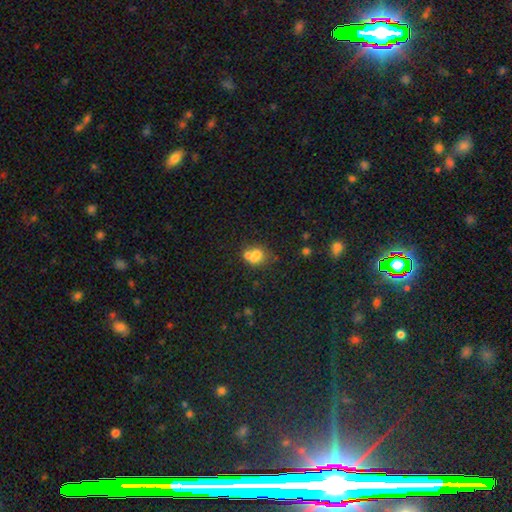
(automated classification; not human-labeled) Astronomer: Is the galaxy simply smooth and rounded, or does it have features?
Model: smooth — 64%.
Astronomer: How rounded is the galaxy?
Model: round — 57% (runner-up: in between, 42%).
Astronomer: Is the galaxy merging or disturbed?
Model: merger — 50% (runner-up: none, 32%).